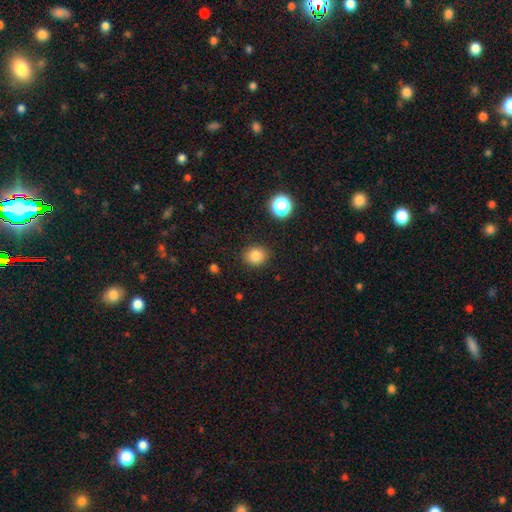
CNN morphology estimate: A smooth galaxy with no disk features (82%) that is round (71%).

Vote fractions:
- Smooth or featured? smooth: 82% / star or artifact: 12% / featured or disk: 5%
- How rounded? round: 71% / in between: 28% / cigar-shaped: 1%
- Merging? none: 88% / minor disturbance: 8% / major disturbance: 2% / merger: 1%